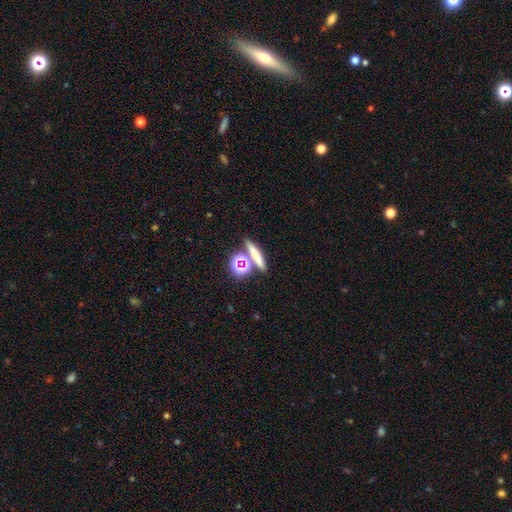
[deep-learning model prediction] smooth_or_featured: smooth (p=0.62) [alt: star or artifact p=0.21]
how_rounded: cigar-shaped (p=0.61) [alt: round p=0.21]
merging: none (p=0.69) [alt: merger p=0.19]